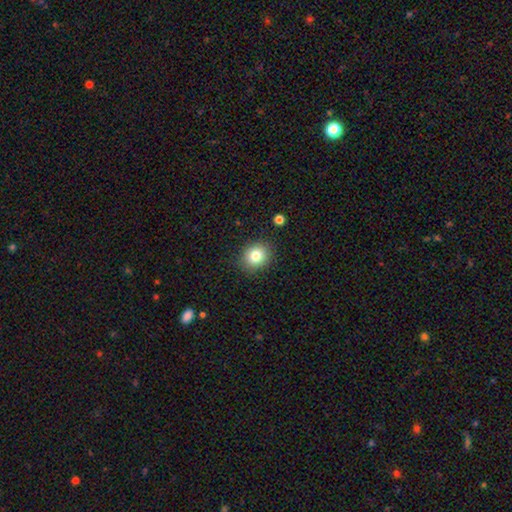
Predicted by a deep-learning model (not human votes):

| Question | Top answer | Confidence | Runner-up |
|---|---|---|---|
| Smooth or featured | smooth | 80% | star or artifact (11%) |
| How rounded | round | 77% | in between (23%) |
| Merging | none | 88% | minor disturbance (8%) |